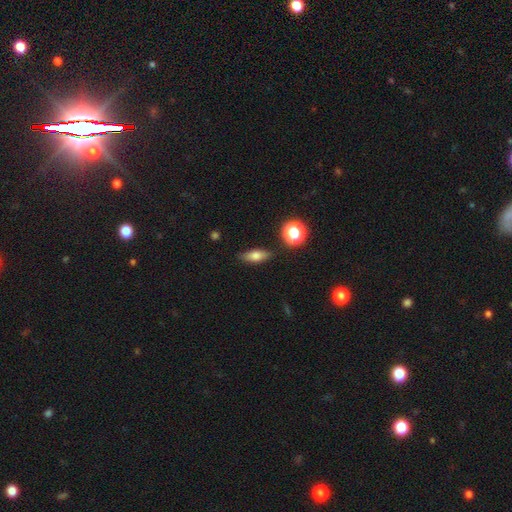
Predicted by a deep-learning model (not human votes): smooth 69%, featured or disk 20%, star or artifact 11%. Down the decision tree: how rounded — in between (66%); merging — none (85%).